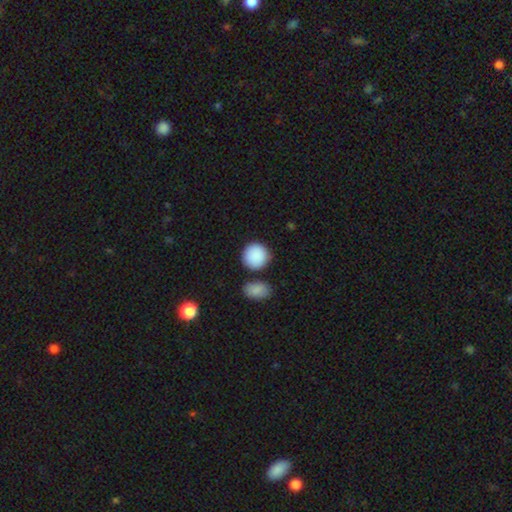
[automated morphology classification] A smooth galaxy with no disk features (90%) that is round (90%). Merging: none (78%).